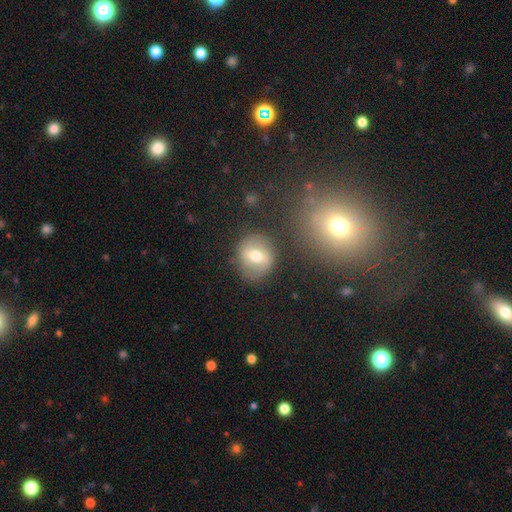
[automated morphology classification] smooth_or_featured: smooth (p=0.51) [alt: featured or disk p=0.39]
how_rounded: round (p=0.73) [alt: in between p=0.26]
merging: none (p=0.79) [alt: minor disturbance p=0.12]